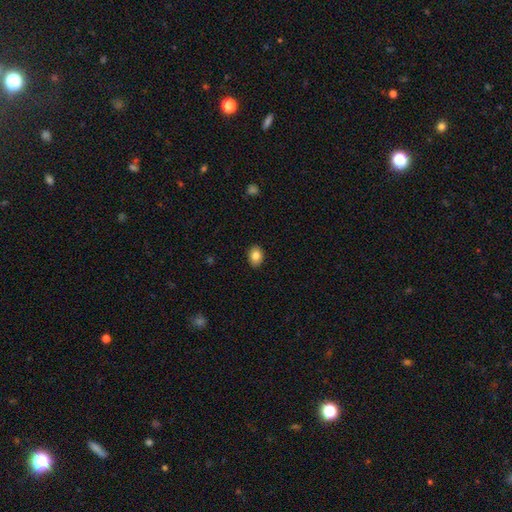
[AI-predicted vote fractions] smooth 84%, star or artifact 9%, featured or disk 7%. Down the decision tree: how rounded — in between (67%); merging — none (89%).